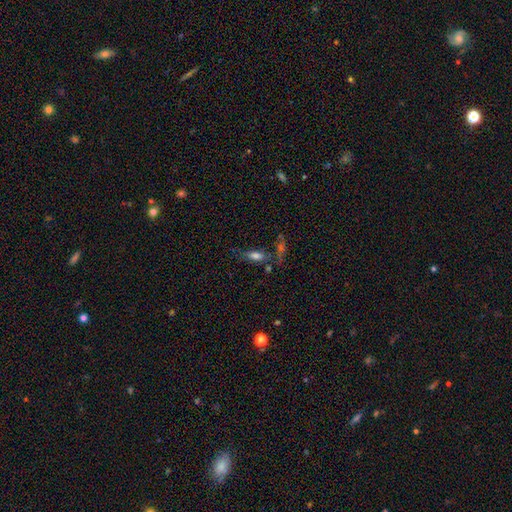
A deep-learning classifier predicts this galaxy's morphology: Smooth or featured? Predicted: smooth (p=0.63). How rounded? Predicted: in between (p=0.66). Merging? Predicted: none (p=0.52).